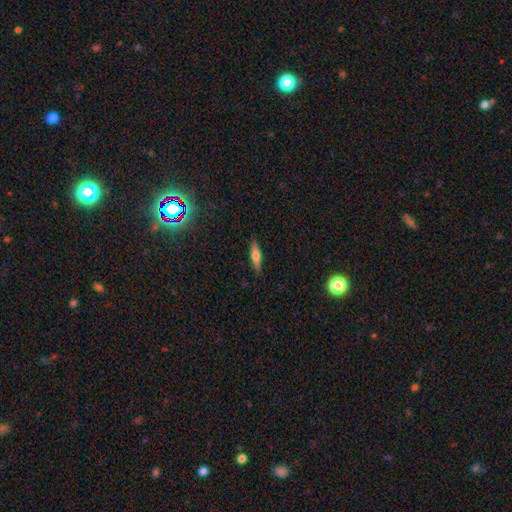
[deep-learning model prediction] Q: Smooth or featured?
A: smooth (50%); runner-up: featured or disk (42%)
Q: Merging?
A: none (88%); runner-up: minor disturbance (9%)